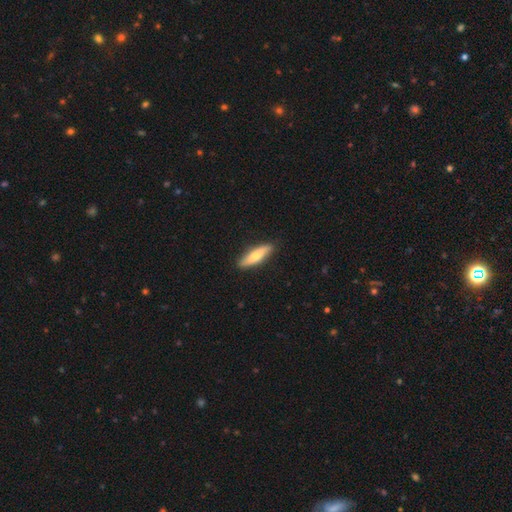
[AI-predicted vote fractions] A smooth galaxy with no disk features (62%) that is cigar-shaped (70%). Merging: none (89%).